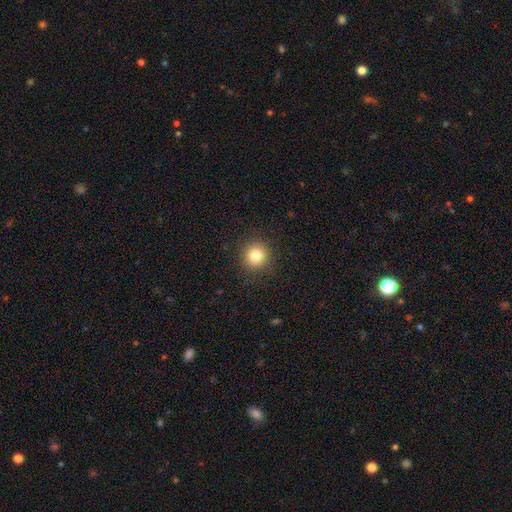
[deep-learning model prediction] Q: Smooth or featured?
A: smooth (81%); runner-up: star or artifact (12%)
Q: How rounded?
A: round (93%); runner-up: in between (6%)
Q: Merging?
A: none (90%); runner-up: minor disturbance (6%)